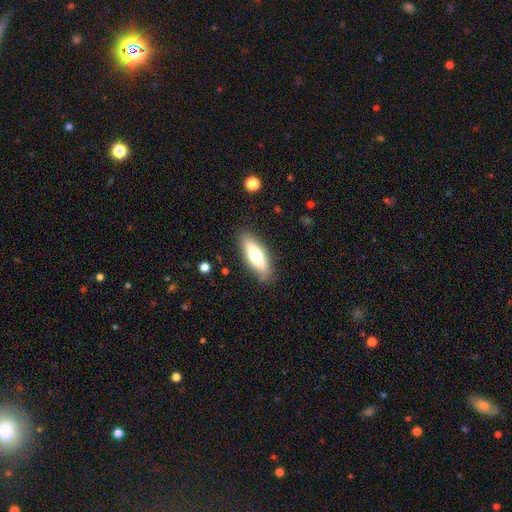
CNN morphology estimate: smooth 59%, featured or disk 34%, star or artifact 7%. Down the decision tree: how rounded — in between (53%); merging — none (86%).